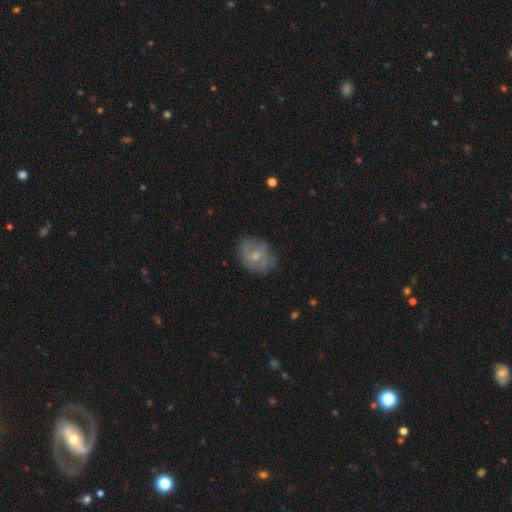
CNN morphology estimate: Smooth or featured? featured or disk (56%)
Edge-on disk? no (97%)
Bar? no (58%)
Spiral arms? yes (73%)
Bulge size? small (62%)
Merging? none (70%)